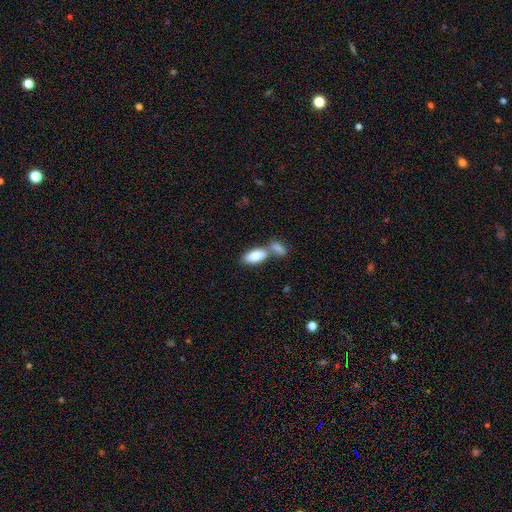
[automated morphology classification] This is clearly a smooth galaxy (86%). How rounded: clearly in between (89%). Merging: possibly merger (54%).